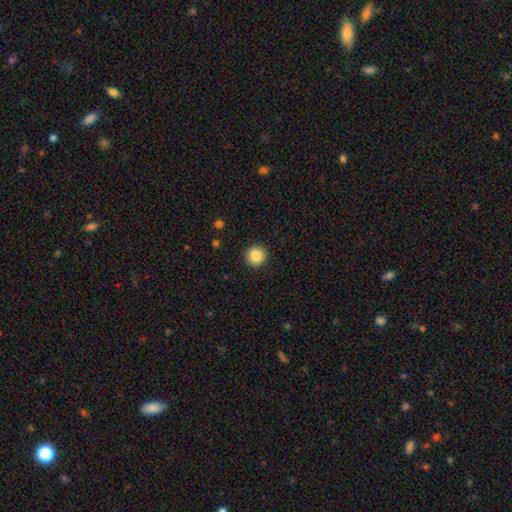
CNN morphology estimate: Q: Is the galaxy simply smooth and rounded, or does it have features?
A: smooth — 86%.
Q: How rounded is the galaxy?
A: round — 95%.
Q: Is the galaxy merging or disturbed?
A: none — 92%.